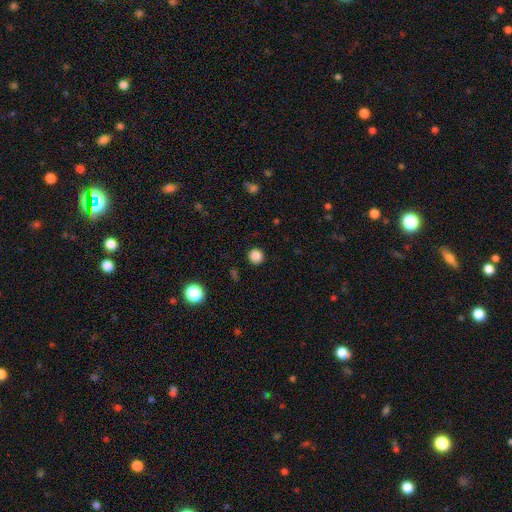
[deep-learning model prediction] smooth-or-featured: smooth: 85% | star or artifact: 12% | featured or disk: 3%
  how-rounded: round: 93% | in between: 6% | cigar-shaped: 1%
  merging: none: 91% | minor disturbance: 6% | major disturbance: 2% | merger: 1%